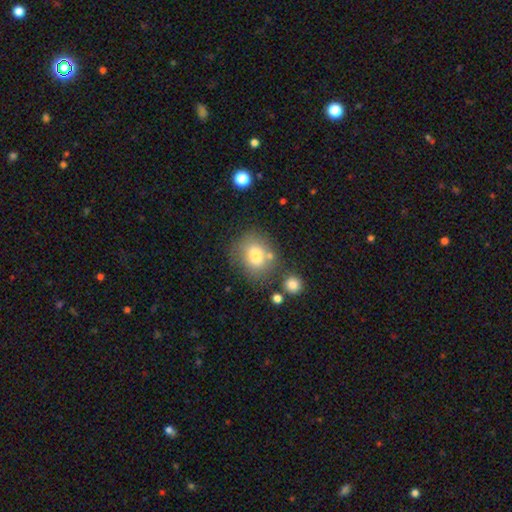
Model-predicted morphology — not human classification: A smooth galaxy with no disk features (76%) that is round (65%).

Vote fractions:
- Smooth or featured? smooth: 76% / featured or disk: 13% / star or artifact: 11%
- How rounded? round: 65% / in between: 34% / cigar-shaped: 1%
- Merging? none: 65% / minor disturbance: 15% / merger: 13% / major disturbance: 6%